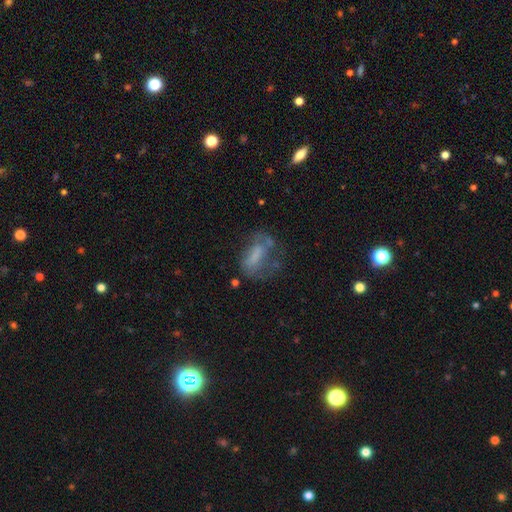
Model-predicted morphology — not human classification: smooth_or_featured: smooth (p=0.45) [alt: featured or disk p=0.42]
merging: none (p=0.36) [alt: major disturbance p=0.34]